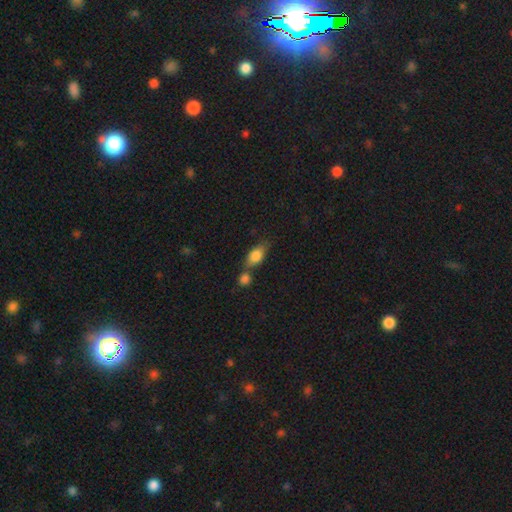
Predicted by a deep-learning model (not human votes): smooth-or-featured: smooth: 79% | featured or disk: 13% | star or artifact: 8%
  how-rounded: in between: 80% | round: 11% | cigar-shaped: 10%
  merging: none: 45% | merger: 36% | minor disturbance: 14% | major disturbance: 5%